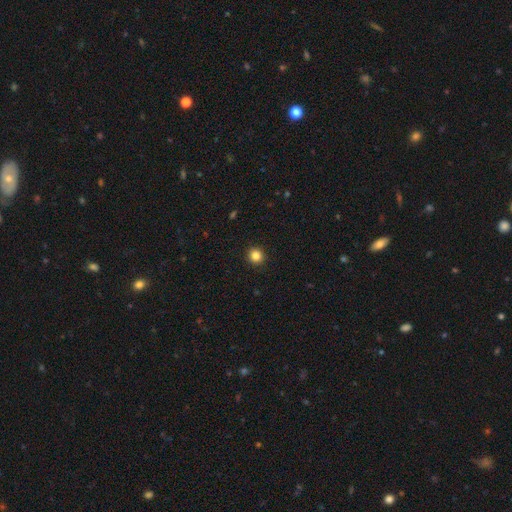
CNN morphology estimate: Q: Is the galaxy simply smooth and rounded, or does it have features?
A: smooth — 84%.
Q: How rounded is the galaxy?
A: round — 91%.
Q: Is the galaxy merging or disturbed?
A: none — 93%.